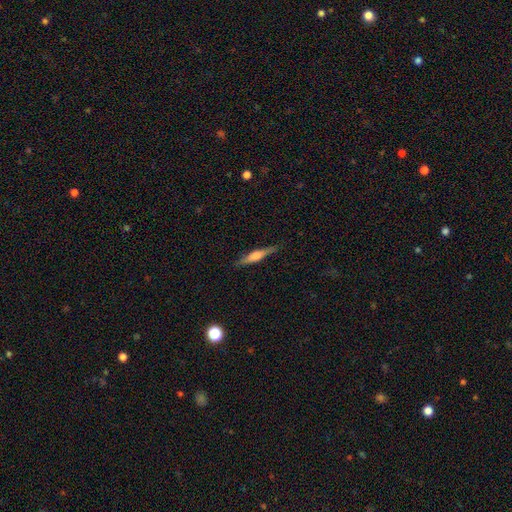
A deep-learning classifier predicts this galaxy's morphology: Smooth or featured? featured or disk (59%)
Edge-on disk? yes (97%)
Edge-on bulge? rounded (67%)
Merging? none (87%)